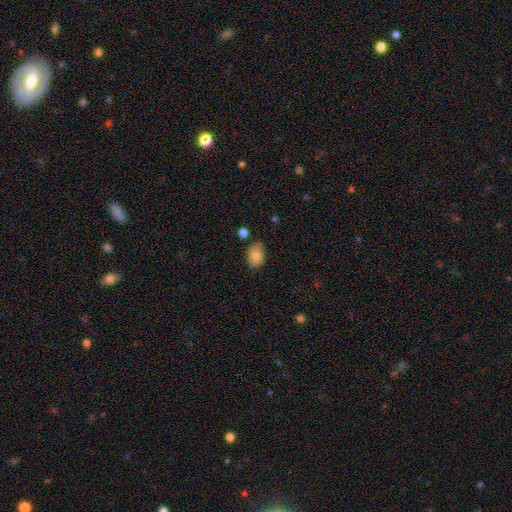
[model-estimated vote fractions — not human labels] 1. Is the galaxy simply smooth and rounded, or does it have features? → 81% smooth, 10% featured or disk, 8% star or artifact.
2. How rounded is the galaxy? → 75% in between, 24% round, 1% cigar-shaped.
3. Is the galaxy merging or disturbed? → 69% none, 23% minor disturbance, 4% major disturbance, 4% merger.